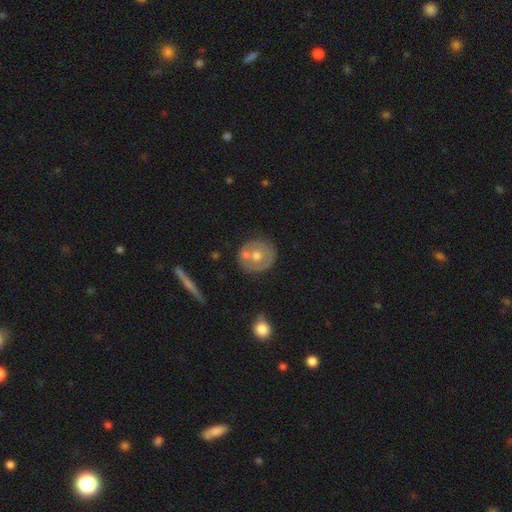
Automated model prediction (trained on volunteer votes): Smooth or featured: featured or disk — 51% (smooth — 41%)
Edge-on disk: no — 91% (yes — 9%)
Merging: none — 71% (minor disturbance — 13%)